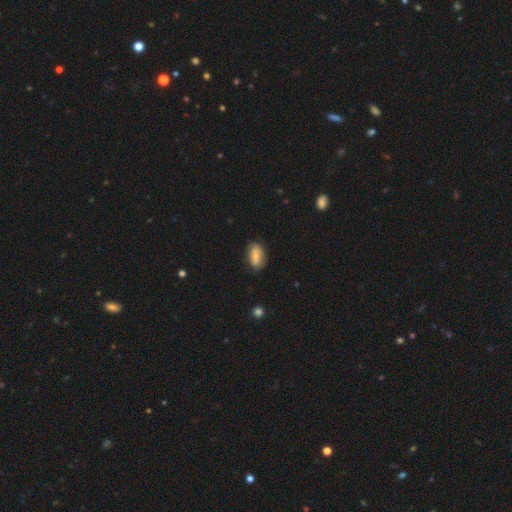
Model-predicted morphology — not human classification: Overall: smooth (68%). How rounded: in between (90%). Merging: none (74%).